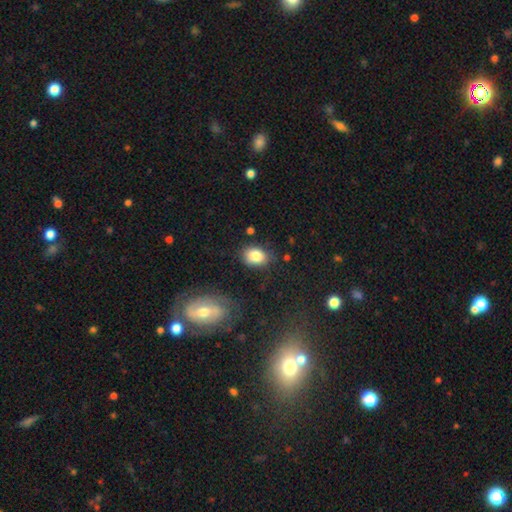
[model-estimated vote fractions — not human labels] Q: Smooth or featured?
A: smooth (83%); runner-up: star or artifact (9%)
Q: How rounded?
A: in between (69%); runner-up: round (30%)
Q: Merging?
A: none (75%); runner-up: minor disturbance (18%)